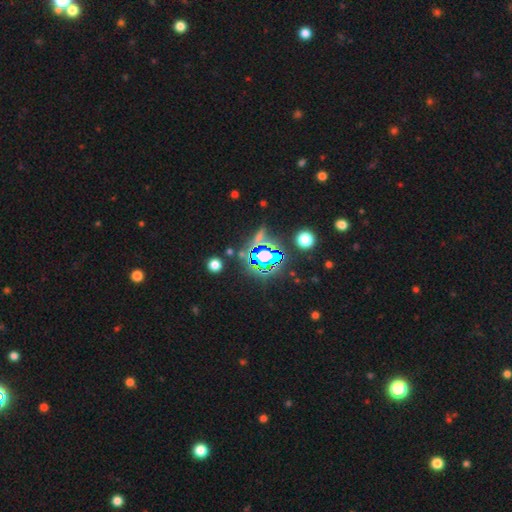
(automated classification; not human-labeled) Morphology: type=star or artifact (80%).